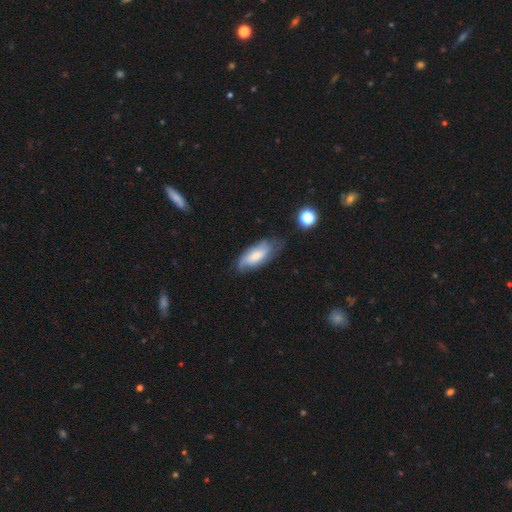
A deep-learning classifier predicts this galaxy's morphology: Smooth or featured: smooth — 57% (featured or disk — 36%)
How rounded: in between — 80% (cigar-shaped — 18%)
Merging: none — 54% (minor disturbance — 32%)